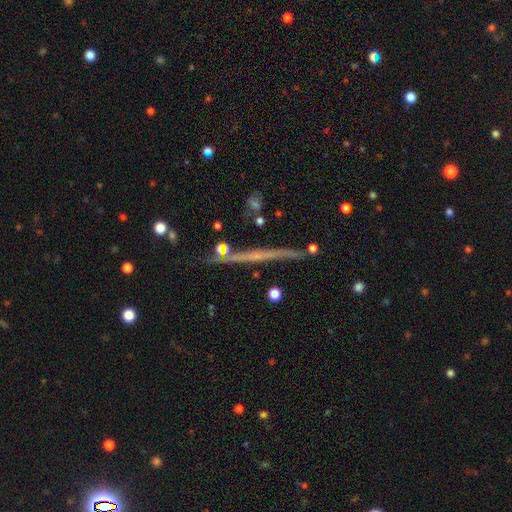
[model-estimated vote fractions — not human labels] smooth-or-featured: featured or disk: 65% | smooth: 25% | star or artifact: 10%
  disk-edge-on: yes: 97% | no: 3%
    edge-on-bulge: none: 79% | rounded: 16% | boxy: 5%
  merging: none: 86% | minor disturbance: 9% | merger: 3% | major disturbance: 2%